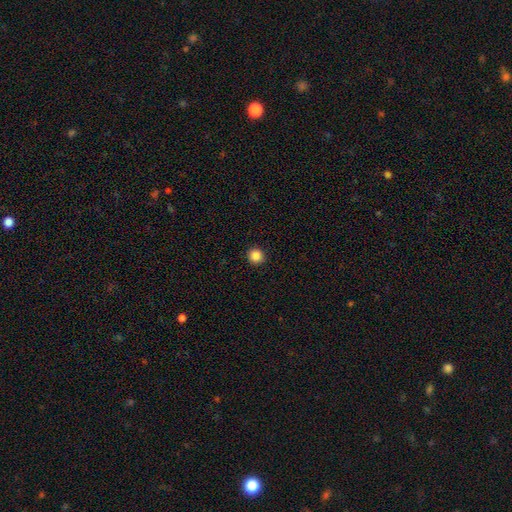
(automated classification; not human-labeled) smooth 87%, star or artifact 10%, featured or disk 3%. Down the decision tree: how rounded — round (94%); merging — none (93%).